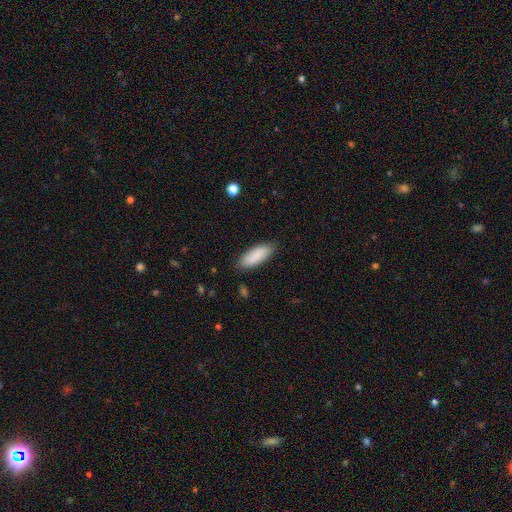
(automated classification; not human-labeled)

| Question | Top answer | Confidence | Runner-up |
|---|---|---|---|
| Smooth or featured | smooth | 88% | featured or disk (6%) |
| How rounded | in between | 70% | cigar-shaped (29%) |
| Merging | none | 84% | minor disturbance (12%) |